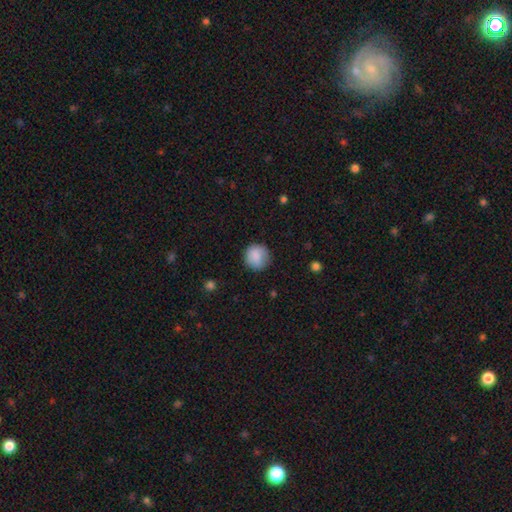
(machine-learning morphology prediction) smooth-or-featured: smooth: 86% | star or artifact: 7% | featured or disk: 6%
  how-rounded: round: 93% | in between: 6% | cigar-shaped: 1%
  merging: none: 81% | minor disturbance: 14% | major disturbance: 4% | merger: 1%